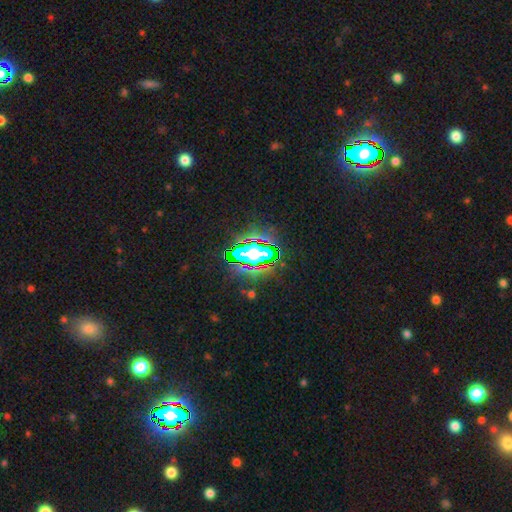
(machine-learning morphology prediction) type=star or artifact (62%).